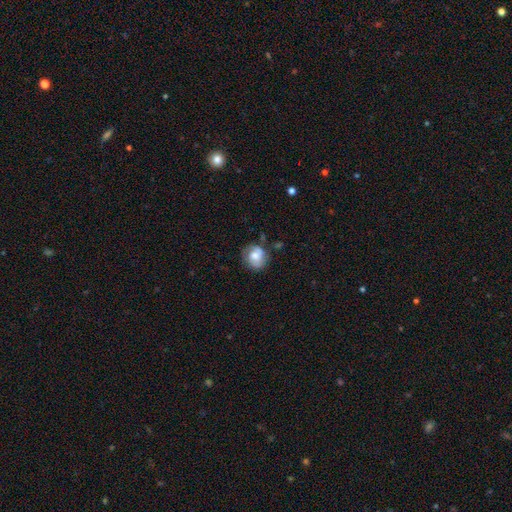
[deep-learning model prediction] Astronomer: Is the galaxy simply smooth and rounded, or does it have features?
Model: smooth — 69%.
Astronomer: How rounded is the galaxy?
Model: round — 77%.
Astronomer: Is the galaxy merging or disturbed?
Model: none — 65%.